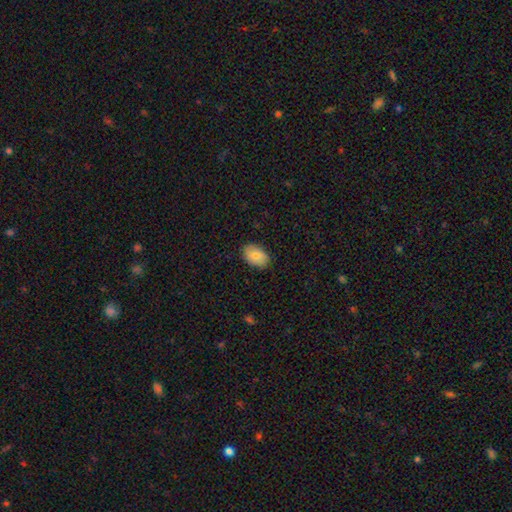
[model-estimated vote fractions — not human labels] This is likely a smooth galaxy (78%). How rounded: clearly in between (87%). Merging: clearly none (87%).